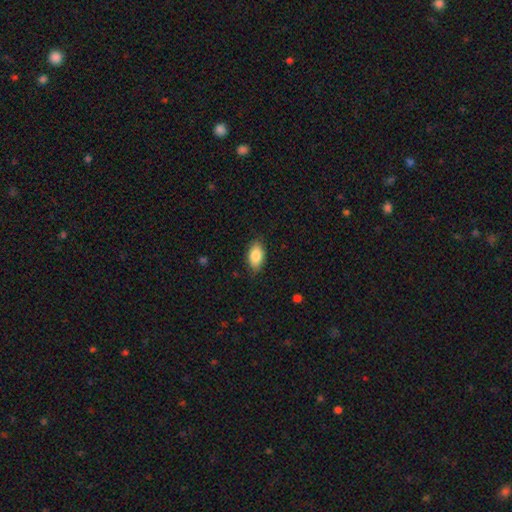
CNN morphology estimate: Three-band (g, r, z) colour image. It shows a smooth galaxy with no disk features (86%) that is in between round and cigar-shaped (91%). Merging: none (84%).